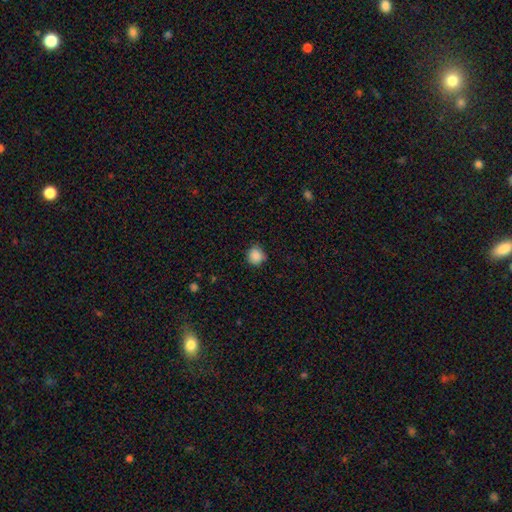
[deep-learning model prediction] smooth_or_featured: smooth (p=0.87) [alt: star or artifact p=0.09]
how_rounded: round (p=0.84) [alt: in between p=0.15]
merging: none (p=0.79) [alt: minor disturbance p=0.17]